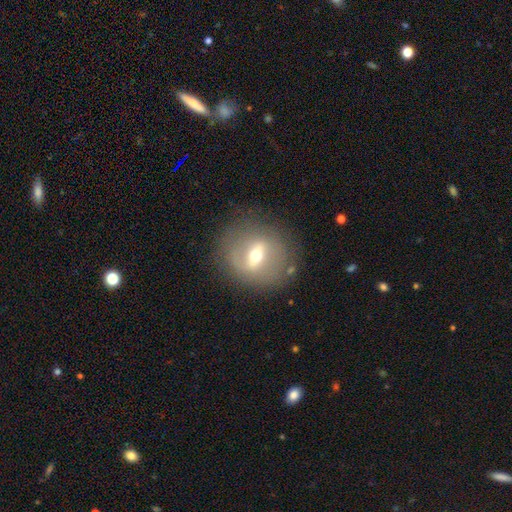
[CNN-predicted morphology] Smooth or featured? Predicted: featured or disk (p=0.58). Edge-on disk? Predicted: no (p=0.86). Merging? Predicted: none (p=0.81).